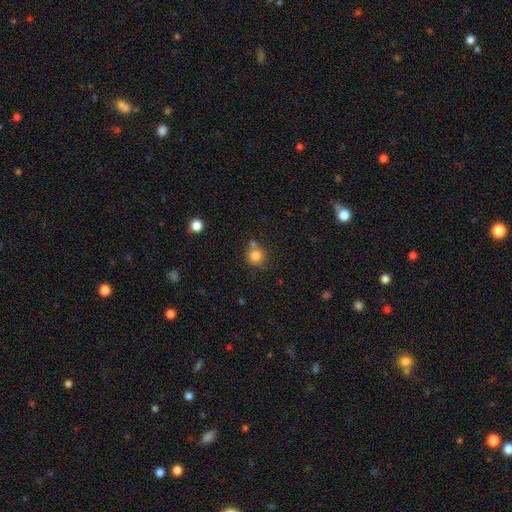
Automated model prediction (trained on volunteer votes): smooth-or-featured: smooth: 81% | star or artifact: 12% | featured or disk: 7%
  how-rounded: round: 92% | in between: 7% | cigar-shaped: 1%
  merging: none: 65% | merger: 21% | minor disturbance: 10% | major disturbance: 3%